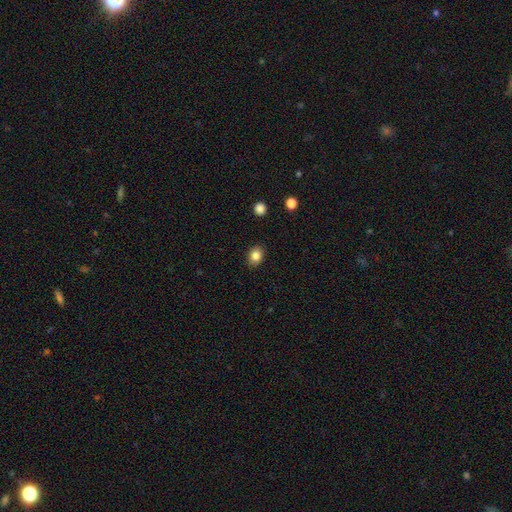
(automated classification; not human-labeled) This appears to be a smooth galaxy with no disk features (83%) that is in between round and cigar-shaped (59%). Merging: none (88%).